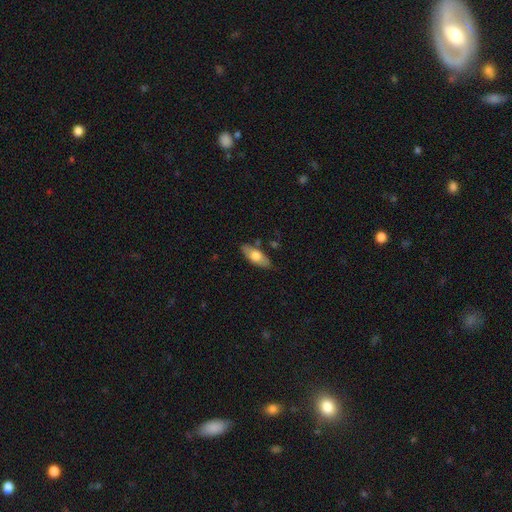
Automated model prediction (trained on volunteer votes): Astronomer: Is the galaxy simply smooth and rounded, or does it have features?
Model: smooth — 65%.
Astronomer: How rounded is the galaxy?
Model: in between — 76%.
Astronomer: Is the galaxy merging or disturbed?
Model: none — 80%.